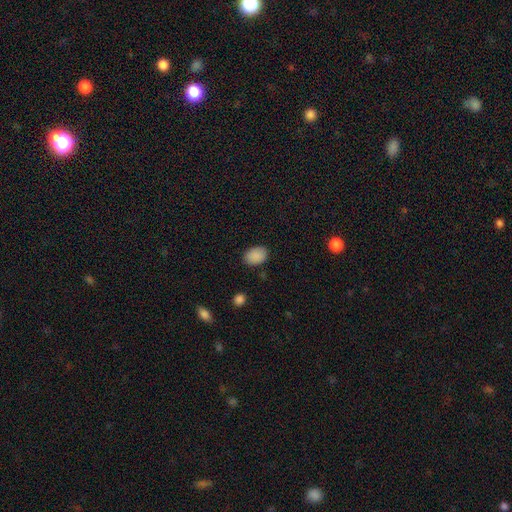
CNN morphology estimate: smooth-or-featured: smooth: 89% | star or artifact: 8% | featured or disk: 3%
  how-rounded: in between: 79% | round: 20% | cigar-shaped: 1%
  merging: none: 85% | minor disturbance: 11% | major disturbance: 3% | merger: 1%